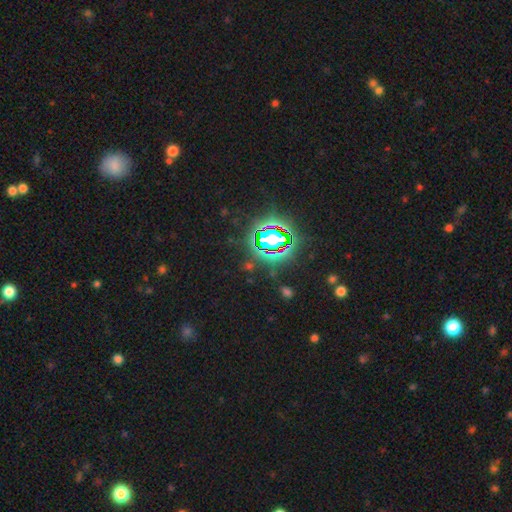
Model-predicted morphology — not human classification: A star or artifact, not a galaxy (79%).

Vote fractions:
- Smooth or featured? star or artifact: 79% / smooth: 12% / featured or disk: 8%